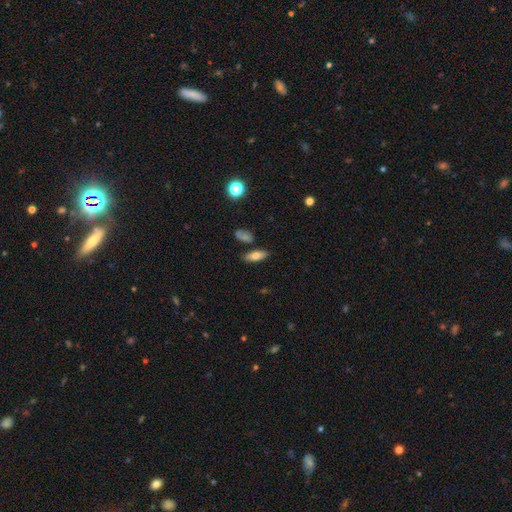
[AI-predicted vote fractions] This is likely a smooth galaxy (70%). How rounded: likely in between (72%). Merging: clearly none (81%).